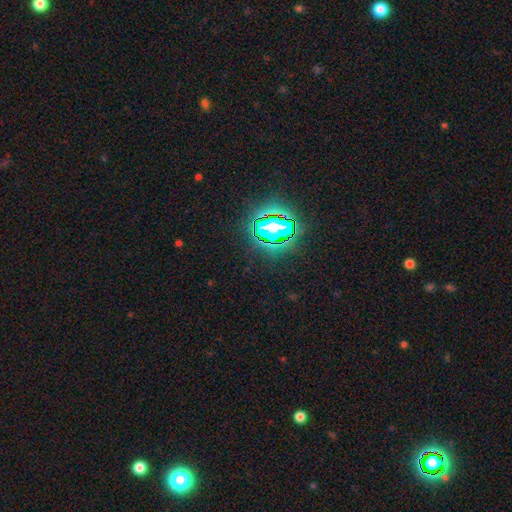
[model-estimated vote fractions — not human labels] smooth-or-featured: star or artifact: 78% | smooth: 14% | featured or disk: 8%